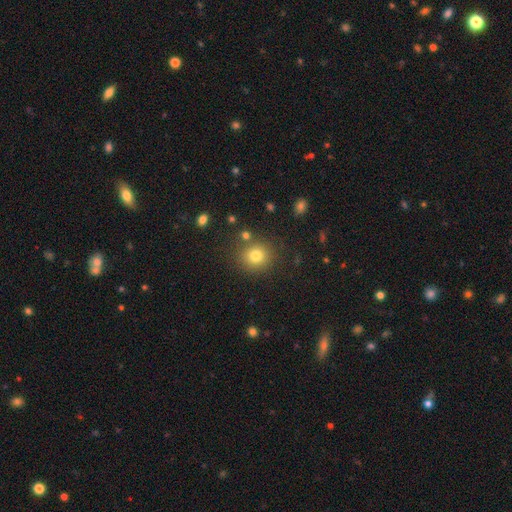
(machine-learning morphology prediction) A smooth galaxy with no disk features (77%) that is round (86%).

Vote fractions:
- Smooth or featured? smooth: 77% / star or artifact: 14% / featured or disk: 8%
- How rounded? round: 86% / in between: 13% / cigar-shaped: 1%
- Merging? none: 83% / minor disturbance: 9% / merger: 5% / major disturbance: 4%